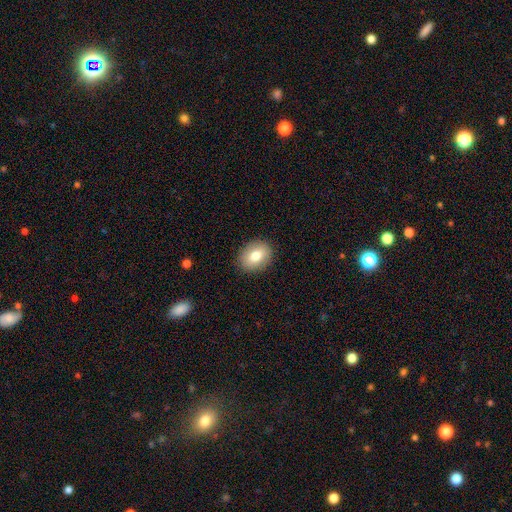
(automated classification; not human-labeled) A smooth galaxy with no disk features (78%) that is in between round and cigar-shaped (63%). Merging: none (89%).